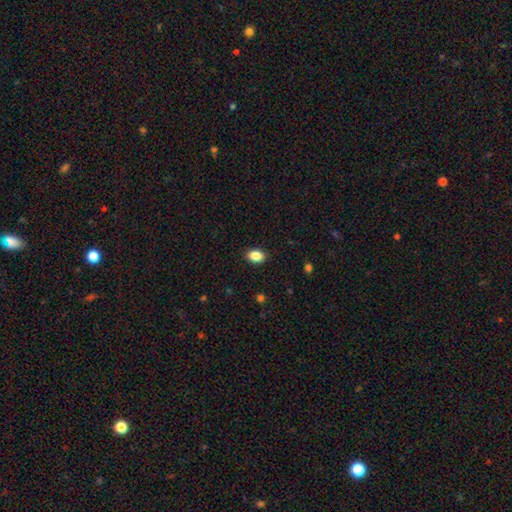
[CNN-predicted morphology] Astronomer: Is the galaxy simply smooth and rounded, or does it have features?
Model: smooth — 88%.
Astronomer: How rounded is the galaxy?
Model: in between — 80%.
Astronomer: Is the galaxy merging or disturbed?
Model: none — 89%.